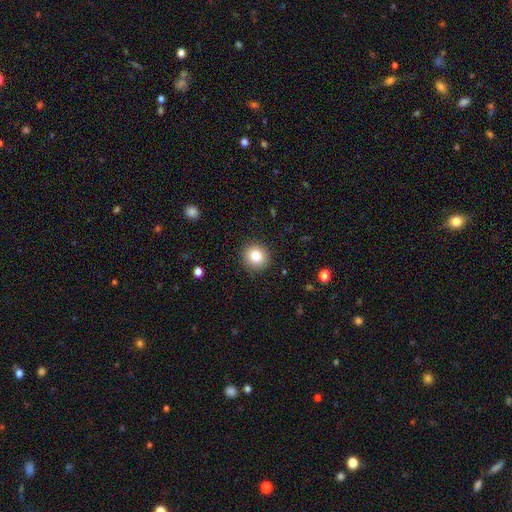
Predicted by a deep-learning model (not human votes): Smooth or featured? smooth (82%)
How rounded? round (89%)
Merging? none (90%)